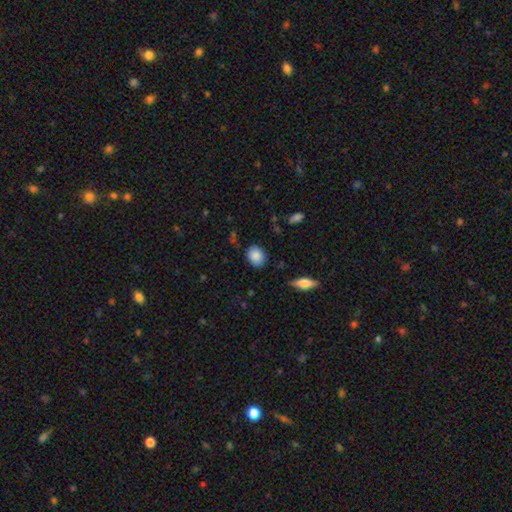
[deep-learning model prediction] Q: Smooth or featured?
A: smooth (86%); runner-up: star or artifact (7%)
Q: How rounded?
A: in between (58%); runner-up: round (40%)
Q: Merging?
A: none (84%); runner-up: minor disturbance (12%)